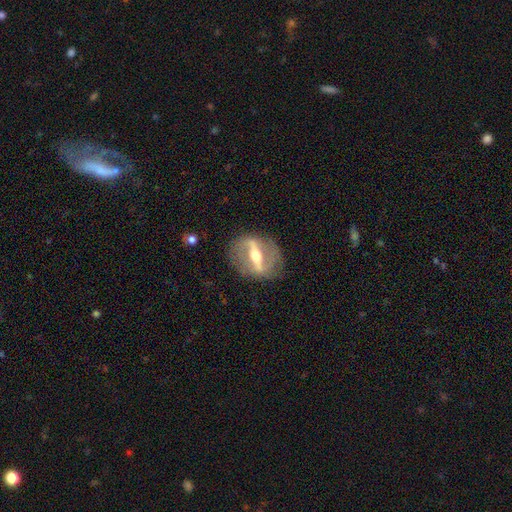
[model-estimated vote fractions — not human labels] Overall: featured or disk (81%). Edge-on disk: no (67%; yes 33%). Bar: strong (81%). Spiral arms: no (66%; yes 34%). Bulge size: moderate (69%). Merging: none (79%).